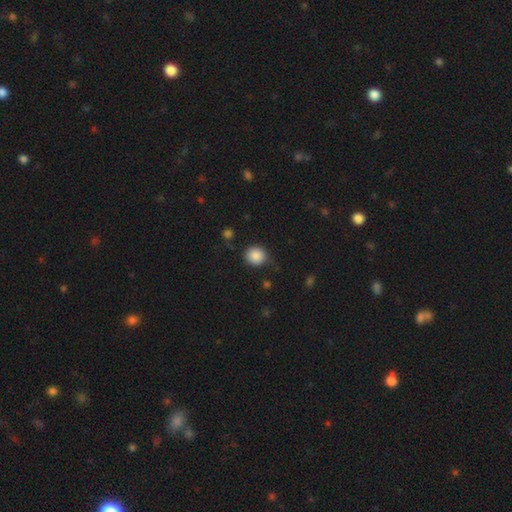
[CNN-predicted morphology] Overall: smooth (87%). How rounded: round (85%). Merging: none (80%).